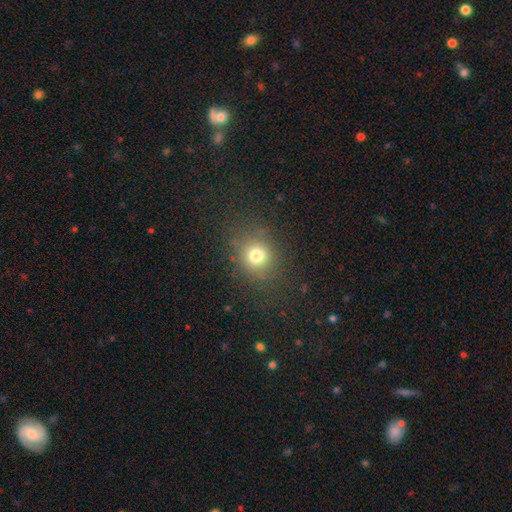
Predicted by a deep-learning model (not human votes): smooth-or-featured: smooth: 75% | star or artifact: 17% | featured or disk: 8%
  how-rounded: round: 81% | in between: 18% | cigar-shaped: 1%
  merging: none: 83% | minor disturbance: 10% | major disturbance: 5% | merger: 1%